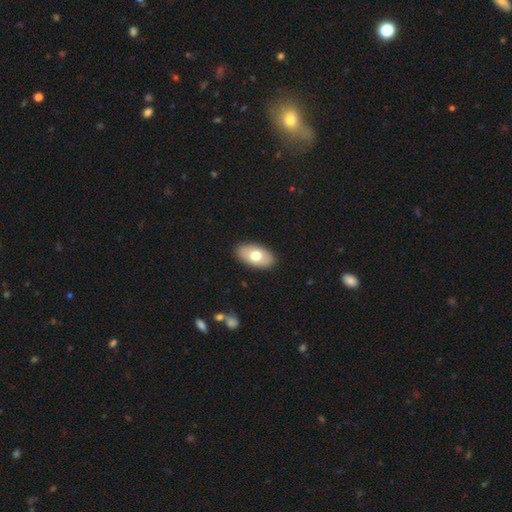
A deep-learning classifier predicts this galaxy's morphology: The model was most divided on "smooth or featured": smooth: 70%, featured or disk: 24%, star or artifact: 6%. More confident: how rounded — in between (94%); merging — none (89%).